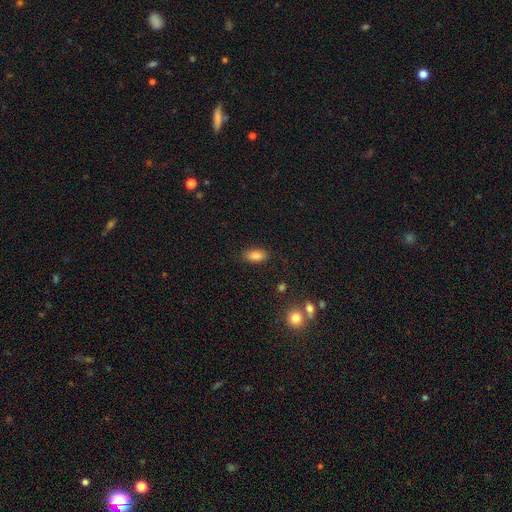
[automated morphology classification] smooth 85%, star or artifact 9%, featured or disk 6%. Down the decision tree: how rounded — in between (89%); merging — none (86%).